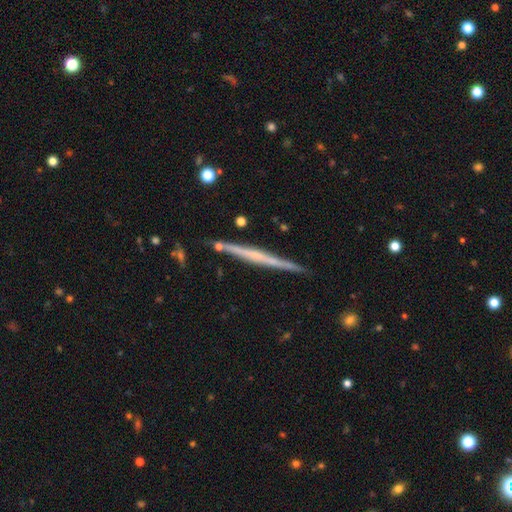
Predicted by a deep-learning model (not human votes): Smooth or featured: featured or disk — 64% (smooth — 30%)
Edge-on disk: yes — 98% (no — 2%)
Edge-on bulge: none — 75% (rounded — 17%)
Merging: none — 89% (minor disturbance — 8%)